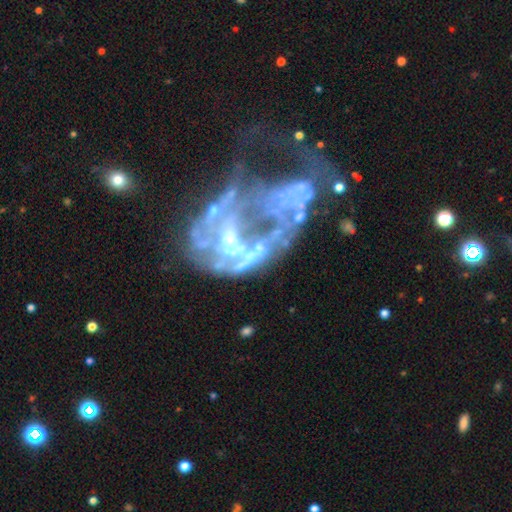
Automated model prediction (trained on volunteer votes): smooth-or-featured: featured or disk: 74% | star or artifact: 15% | smooth: 11%
  disk-edge-on: no: 97% | yes: 3%
    bar: no: 76% | weak: 15% | strong: 9%
    has-spiral-arms: no: 61% | yes: 39%
    bulge-size: none: 36% | small: 30% | moderate: 28% | large: 4% | dominant: 2%
  merging: major disturbance: 40% | merger: 28% | none: 20% | minor disturbance: 12%